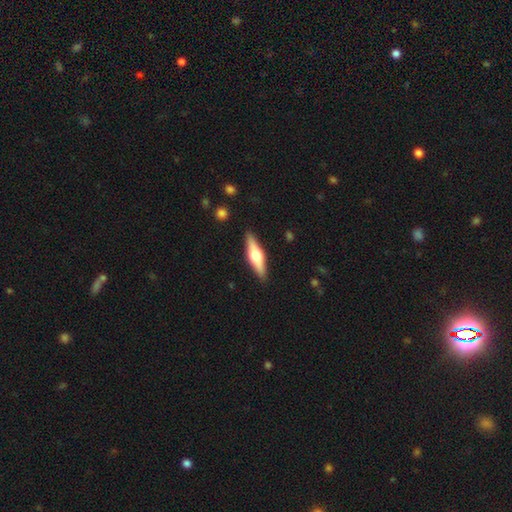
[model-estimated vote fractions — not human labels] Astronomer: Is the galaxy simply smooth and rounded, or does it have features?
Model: featured or disk — 58% (runner-up: smooth, 37%).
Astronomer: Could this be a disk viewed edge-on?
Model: yes — 95%.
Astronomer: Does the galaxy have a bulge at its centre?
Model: rounded — 92%.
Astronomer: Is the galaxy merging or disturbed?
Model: none — 89%.